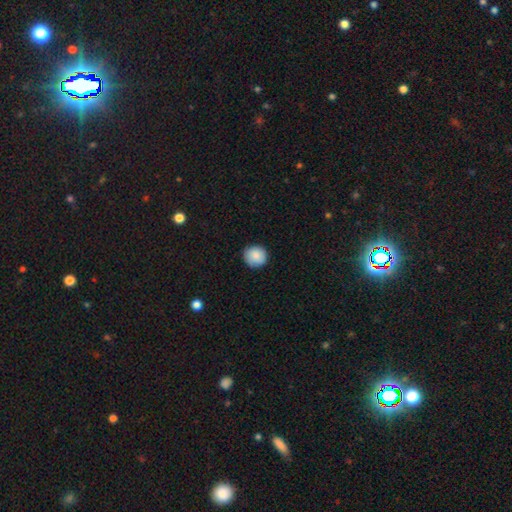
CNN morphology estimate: smooth 86%, star or artifact 7%, featured or disk 7%. Down the decision tree: how rounded — round (92%); merging — none (87%).